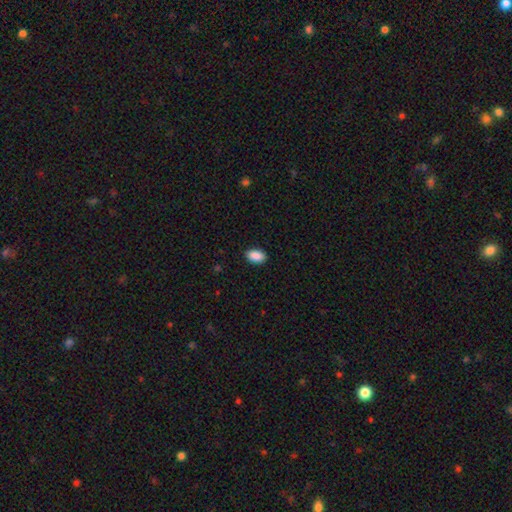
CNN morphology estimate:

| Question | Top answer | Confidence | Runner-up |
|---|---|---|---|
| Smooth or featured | smooth | 90% | star or artifact (7%) |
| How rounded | in between | 93% | round (5%) |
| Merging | none | 89% | minor disturbance (9%) |